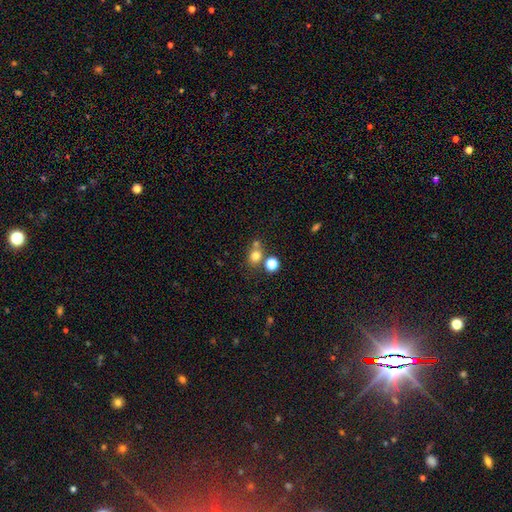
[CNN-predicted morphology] smooth-or-featured: smooth: 76% | star or artifact: 15% | featured or disk: 9%
  how-rounded: round: 66% | in between: 33% | cigar-shaped: 1%
  merging: none: 59% | merger: 26% | minor disturbance: 11% | major disturbance: 4%